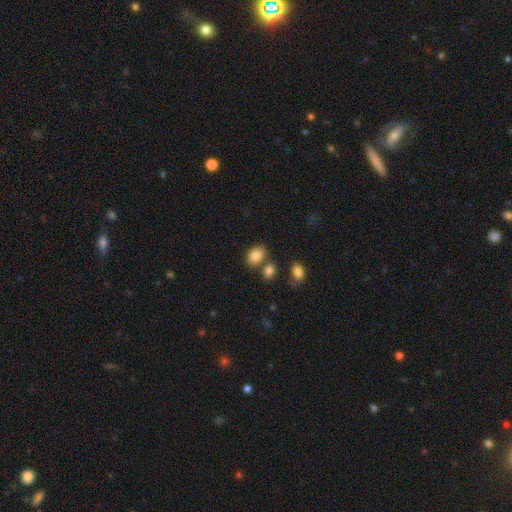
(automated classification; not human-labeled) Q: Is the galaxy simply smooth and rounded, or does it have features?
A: smooth — 84%.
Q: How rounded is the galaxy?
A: in between — 68%.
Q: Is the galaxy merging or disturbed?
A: none — 65%.